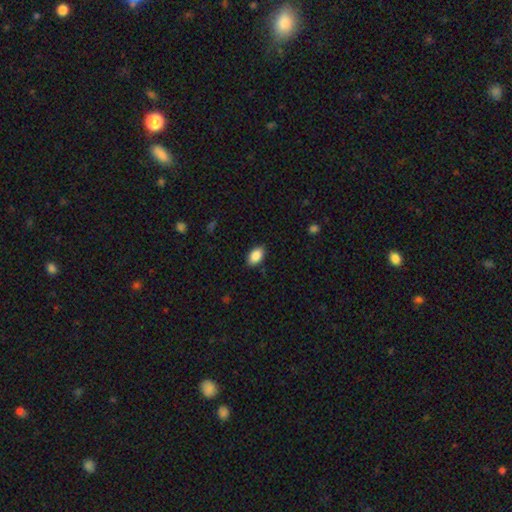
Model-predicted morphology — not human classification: type=smooth (88%); roundness=in between (92%); merging=none (87%).